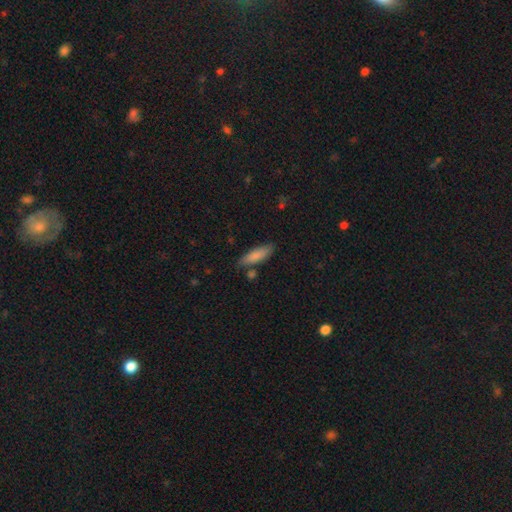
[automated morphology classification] smooth_or_featured: smooth (p=0.84) [alt: featured or disk p=0.10]
how_rounded: cigar-shaped (p=0.51) [alt: in between p=0.47]
merging: none (p=0.75) [alt: minor disturbance p=0.16]